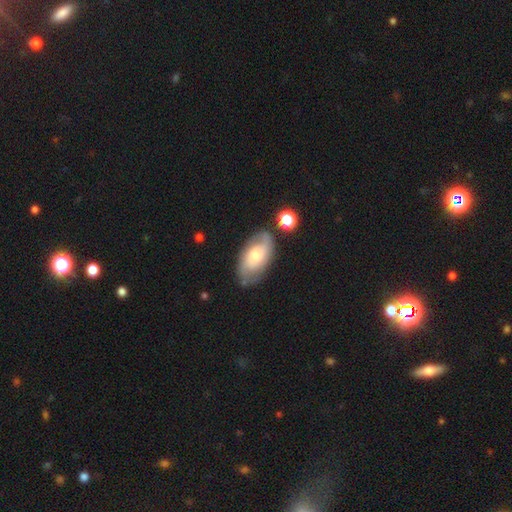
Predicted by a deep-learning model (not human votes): Smooth or featured?
  - featured or disk: 60% *
  - smooth: 33%
  - star or artifact: 7%
Edge-on disk?
  - no: 94% *
  - yes: 6%
Bar?
  - no: 64% *
  - weak: 30%
  - strong: 6%
Spiral arms?
  - yes: 87% *
  - no: 13%
Bulge size?
  - small: 41% *
  - moderate: 40%
  - large: 13%
  - none: 4%
  - dominant: 2%
Merging?
  - none: 70% *
  - minor disturbance: 19%
  - major disturbance: 7%
  - merger: 4%